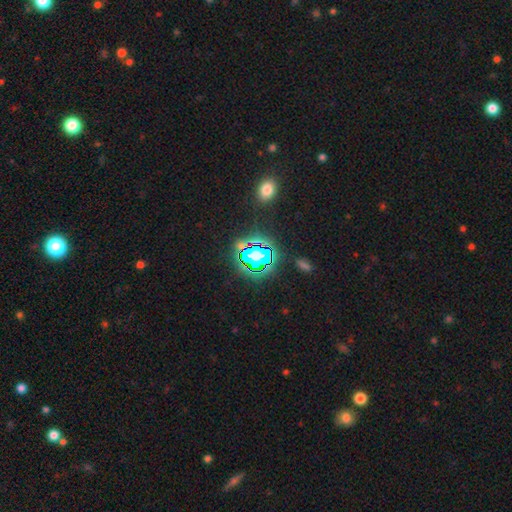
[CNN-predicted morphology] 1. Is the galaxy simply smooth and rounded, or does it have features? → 65% star or artifact, 22% smooth, 13% featured or disk.